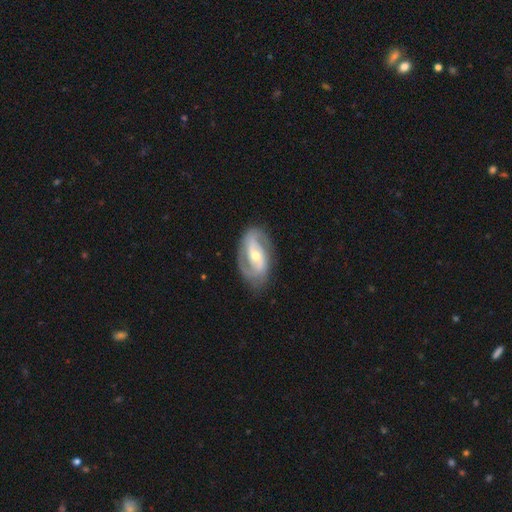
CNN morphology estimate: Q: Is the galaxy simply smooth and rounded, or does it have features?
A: featured or disk — 85%.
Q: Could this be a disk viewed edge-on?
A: no — 95%.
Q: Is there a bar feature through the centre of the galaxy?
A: weak — 36%.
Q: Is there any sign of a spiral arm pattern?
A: yes — 93%.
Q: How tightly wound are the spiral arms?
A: medium — 43%.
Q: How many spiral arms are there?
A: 2 — 82%.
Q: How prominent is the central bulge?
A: moderate — 56%.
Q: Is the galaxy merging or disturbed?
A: none — 78%.